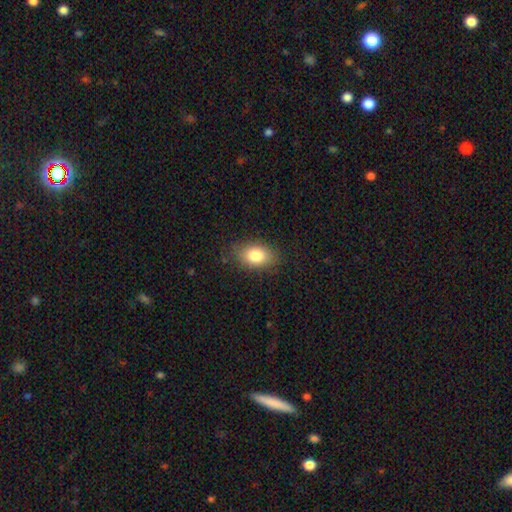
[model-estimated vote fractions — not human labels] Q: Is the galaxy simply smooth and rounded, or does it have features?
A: smooth — 82%.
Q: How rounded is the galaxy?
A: in between — 86%.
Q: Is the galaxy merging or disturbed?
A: none — 82%.